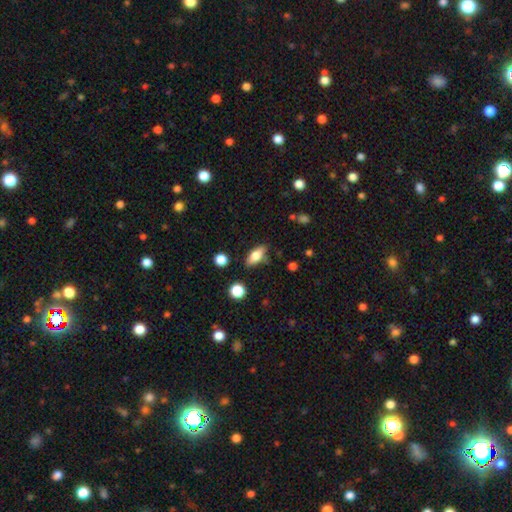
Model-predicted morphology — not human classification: smooth_or_featured: smooth (p=0.69) [alt: featured or disk p=0.23]
how_rounded: in between (p=0.79) [alt: cigar-shaped p=0.16]
merging: none (p=0.78) [alt: minor disturbance p=0.15]